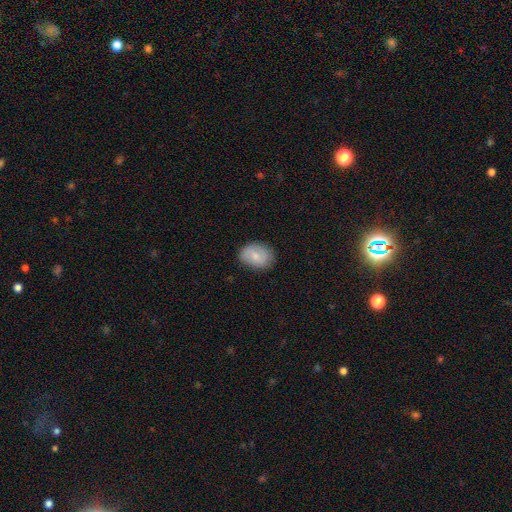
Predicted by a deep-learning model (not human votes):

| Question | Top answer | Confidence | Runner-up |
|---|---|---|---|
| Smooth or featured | smooth | 66% | featured or disk (27%) |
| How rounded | in between | 70% | round (29%) |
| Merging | none | 78% | minor disturbance (17%) |